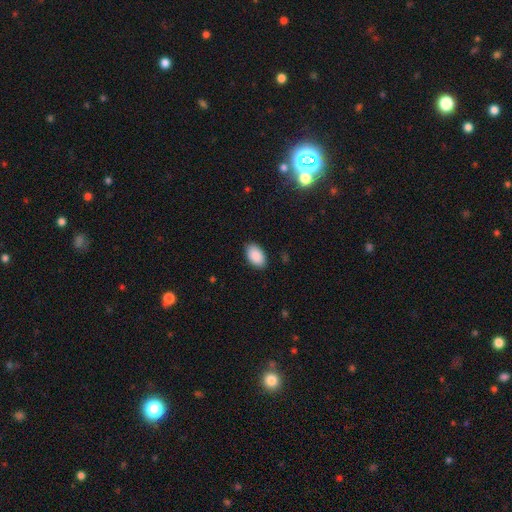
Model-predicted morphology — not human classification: smooth_or_featured: smooth (p=0.90) [alt: star or artifact p=0.06]
how_rounded: in between (p=0.94) [alt: round p=0.05]
merging: none (p=0.88) [alt: minor disturbance p=0.09]